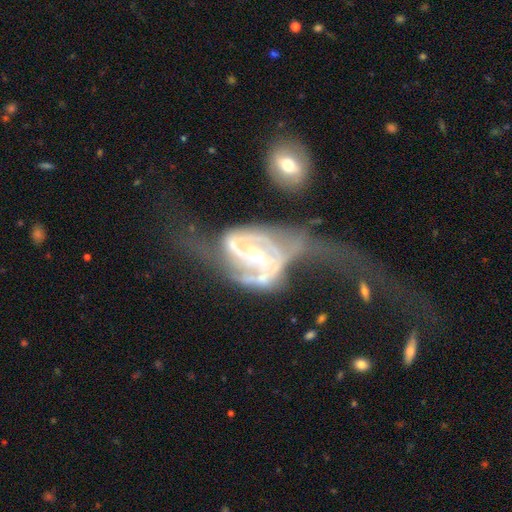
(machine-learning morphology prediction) The model was most divided on "bar": weak: 37%, no: 34%, strong: 29%. Remaining: edge-on disk — no (96%); spiral arms — yes (90%); smooth or featured — featured or disk (89%); spiral arm count — 2 (65%); bulge size — moderate (62%); merging — major disturbance (49%); spiral winding — medium (41%).